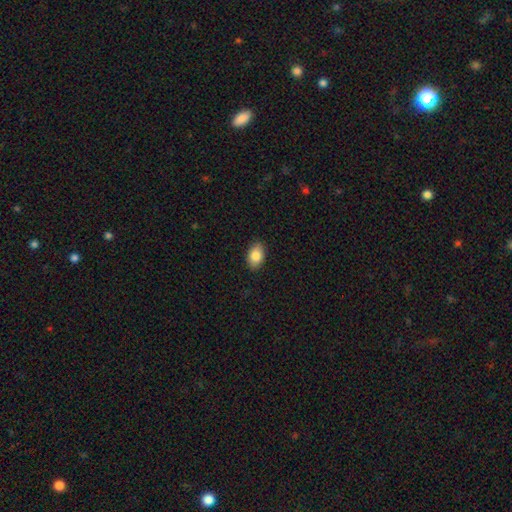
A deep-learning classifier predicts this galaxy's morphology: Smooth or featured? smooth (85%)
How rounded? in between (89%)
Merging? none (88%)